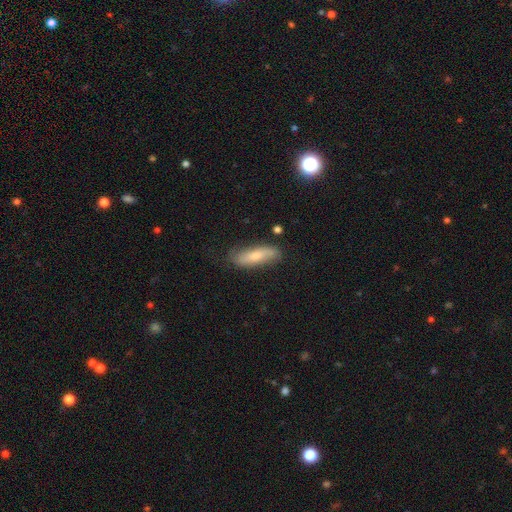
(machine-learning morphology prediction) Smooth or featured?
  - smooth: 70% *
  - featured or disk: 24%
  - star or artifact: 6%
How rounded?
  - cigar-shaped: 55% *
  - in between: 43%
  - round: 2%
Merging?
  - none: 74% *
  - minor disturbance: 19%
  - major disturbance: 4%
  - merger: 2%